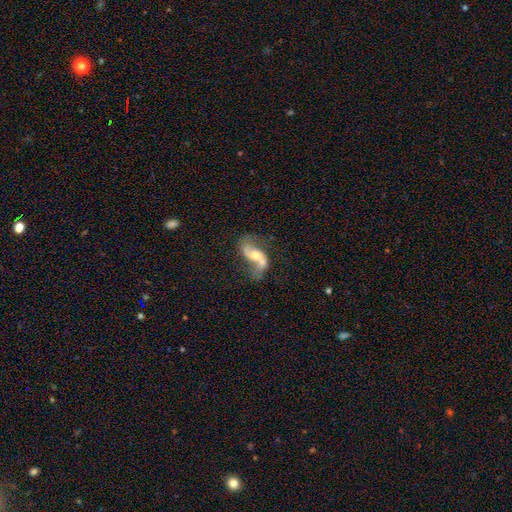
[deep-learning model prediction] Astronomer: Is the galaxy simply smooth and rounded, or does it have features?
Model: featured or disk — 76%.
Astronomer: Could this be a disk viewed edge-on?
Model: no — 95%.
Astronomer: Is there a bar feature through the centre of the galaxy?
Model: no — 54% (runner-up: weak, 33%).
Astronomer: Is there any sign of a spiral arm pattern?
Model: yes — 88%.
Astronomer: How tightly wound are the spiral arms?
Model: loose — 74%.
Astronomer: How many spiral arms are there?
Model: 2 — 88%.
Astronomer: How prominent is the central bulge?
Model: moderate — 59%.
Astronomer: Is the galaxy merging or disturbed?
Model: none — 38% (runner-up: merger, 31%).